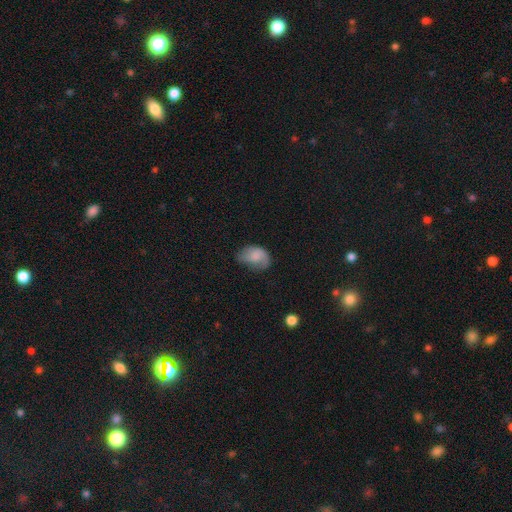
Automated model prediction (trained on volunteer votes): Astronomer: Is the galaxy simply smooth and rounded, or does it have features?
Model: smooth — 64%.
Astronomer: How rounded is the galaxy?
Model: in between — 80%.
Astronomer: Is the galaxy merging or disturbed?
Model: minor disturbance — 37% (runner-up: none, 36%).